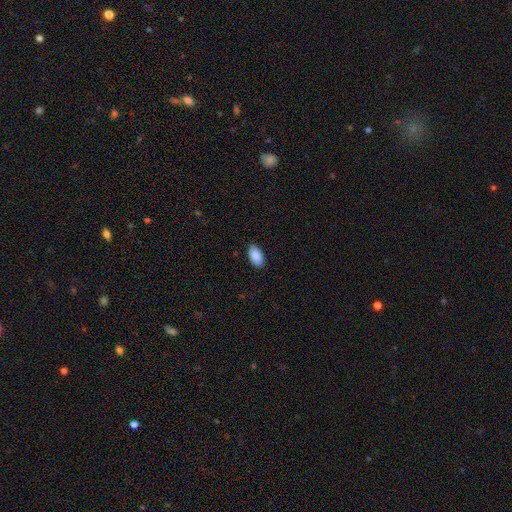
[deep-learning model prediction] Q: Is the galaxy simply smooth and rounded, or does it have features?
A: smooth — 90%.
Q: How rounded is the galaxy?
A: in between — 95%.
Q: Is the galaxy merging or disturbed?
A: none — 87%.